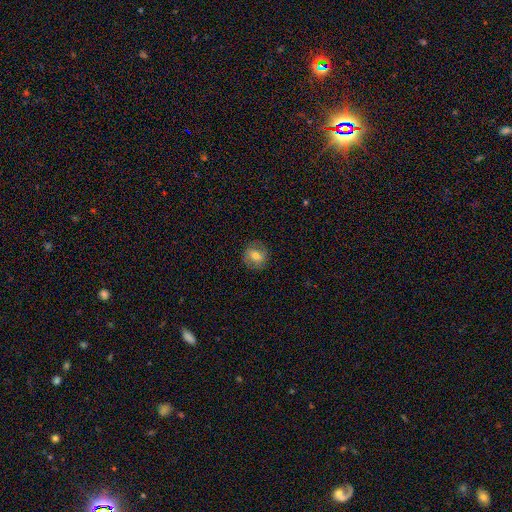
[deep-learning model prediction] Q: Smooth or featured?
A: smooth (56%); runner-up: featured or disk (35%)
Q: How rounded?
A: round (83%); runner-up: in between (16%)
Q: Merging?
A: none (83%); runner-up: minor disturbance (12%)